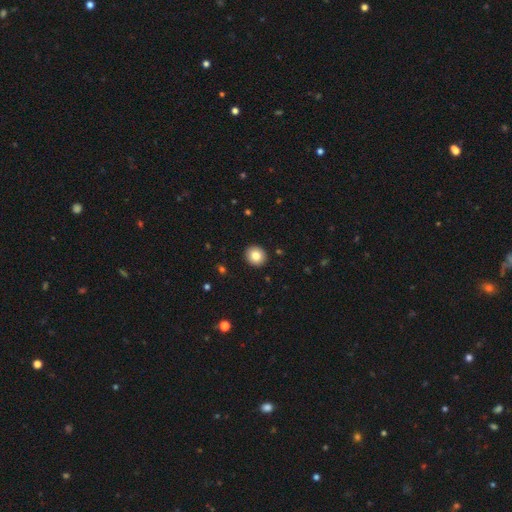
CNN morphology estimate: Q: Smooth or featured?
A: smooth (83%); runner-up: star or artifact (9%)
Q: How rounded?
A: round (87%); runner-up: in between (12%)
Q: Merging?
A: none (93%); runner-up: minor disturbance (5%)